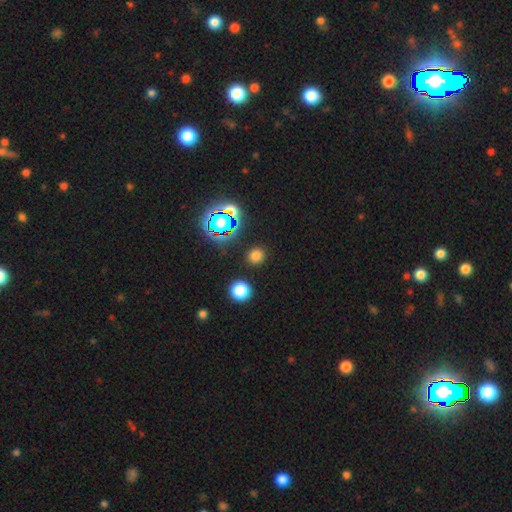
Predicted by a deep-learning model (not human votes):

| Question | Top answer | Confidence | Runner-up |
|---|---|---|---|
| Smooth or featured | smooth | 69% | star or artifact (26%) |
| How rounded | round | 88% | in between (11%) |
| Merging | none | 88% | minor disturbance (6%) |